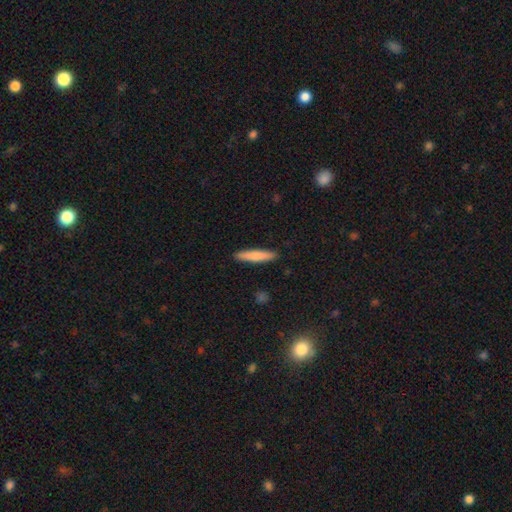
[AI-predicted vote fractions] smooth 78%, featured or disk 17%, star or artifact 5%. Down the decision tree: how rounded — cigar-shaped (90%); merging — none (91%).